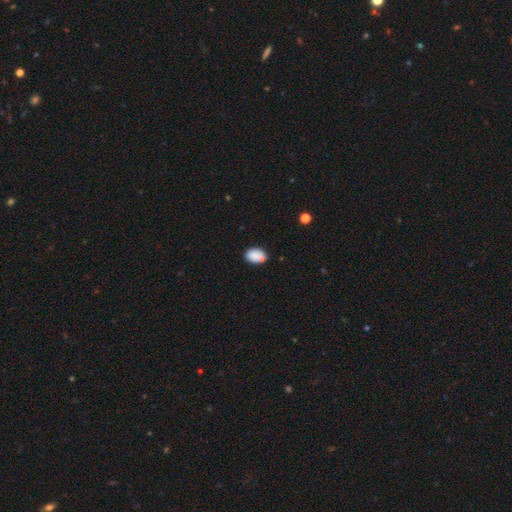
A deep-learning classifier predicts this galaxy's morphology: Smooth or featured? Predicted: smooth (p=0.86). How rounded? Predicted: in between (p=0.83). Merging? Predicted: none (p=0.71).